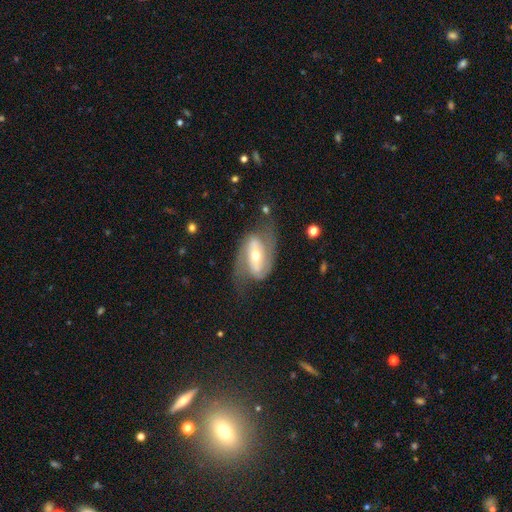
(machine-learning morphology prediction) smooth_or_featured: featured or disk (p=0.85) [alt: smooth p=0.10]
disk_edge_on: no (p=0.96) [alt: yes p=0.04]
bar: strong (p=0.44) [alt: weak p=0.31]
has_spiral_arms: yes (p=0.94) [alt: no p=0.06]
spiral_winding: medium (p=0.48) [alt: loose p=0.29]
spiral_arm_count: 2 (p=0.90) [alt: can't tell p=0.04]
bulge_size: moderate (p=0.57) [alt: small p=0.37]
merging: none (p=0.65) [alt: minor disturbance p=0.18]